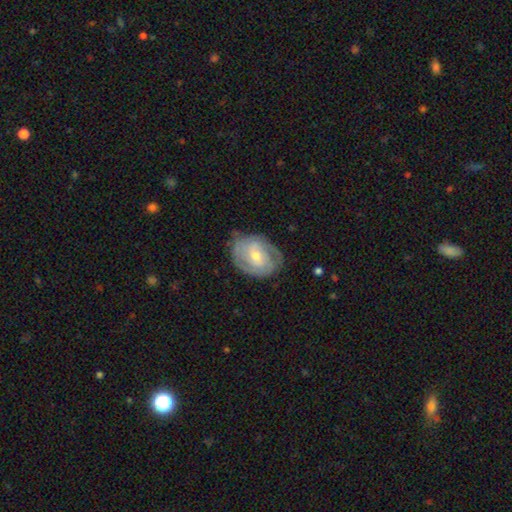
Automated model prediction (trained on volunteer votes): The model was most divided on "spiral arm count": 2: 43%, can't tell: 35%, 3: 12%, 1: 5%, 4: 3%, more than 4: 3%. More confident: edge-on disk — no (96%); spiral arms — yes (82%); smooth or featured — featured or disk (70%); merging — none (66%); spiral winding — tight (60%); bulge size — moderate (56%); bar — no (53%).